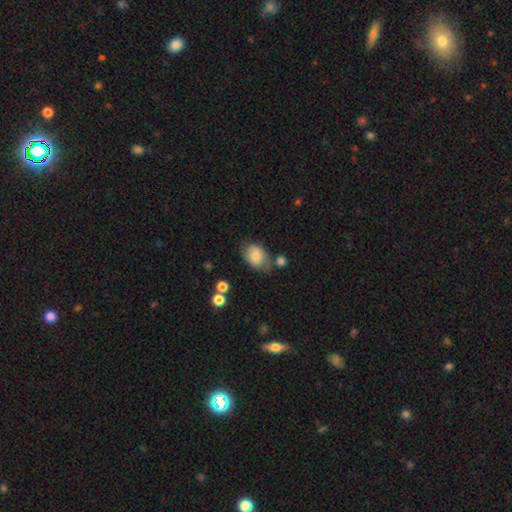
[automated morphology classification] smooth 77%, featured or disk 15%, star or artifact 8%. Down the decision tree: how rounded — in between (72%); merging — none (59%).